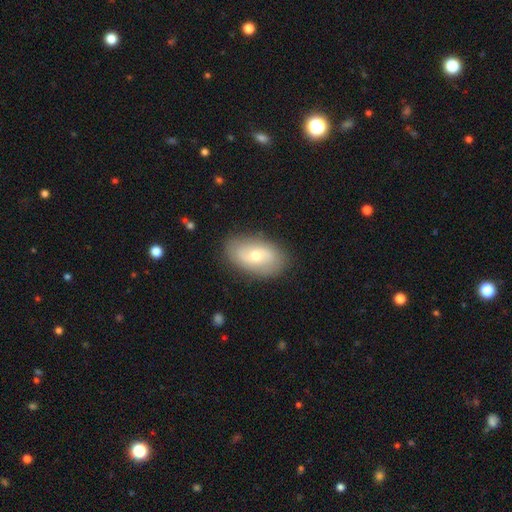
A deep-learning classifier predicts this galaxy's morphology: type=smooth (48%); merging=none (85%).